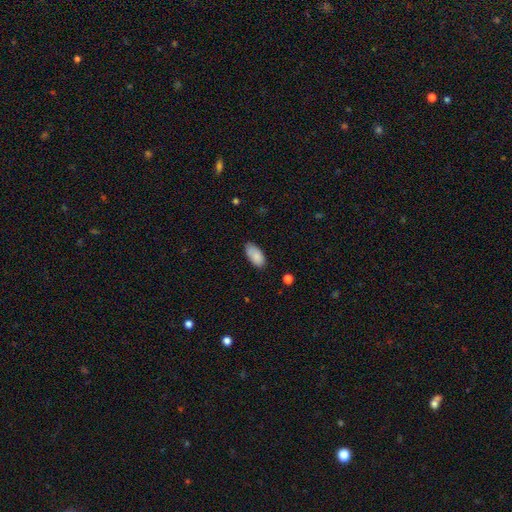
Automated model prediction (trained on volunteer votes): Smooth or featured? Predicted: smooth (p=0.87). How rounded? Predicted: in between (p=0.93). Merging? Predicted: none (p=0.75).